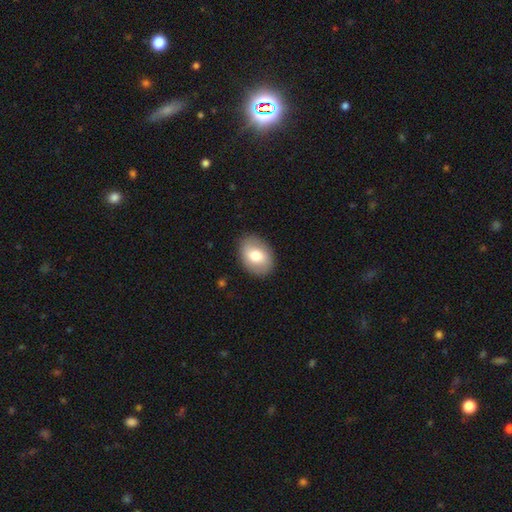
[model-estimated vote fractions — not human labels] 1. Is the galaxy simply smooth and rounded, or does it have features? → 71% smooth, 22% featured or disk, 7% star or artifact.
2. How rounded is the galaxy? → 74% in between, 25% round, 1% cigar-shaped.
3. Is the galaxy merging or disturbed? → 88% none, 9% minor disturbance, 3% major disturbance, 1% merger.